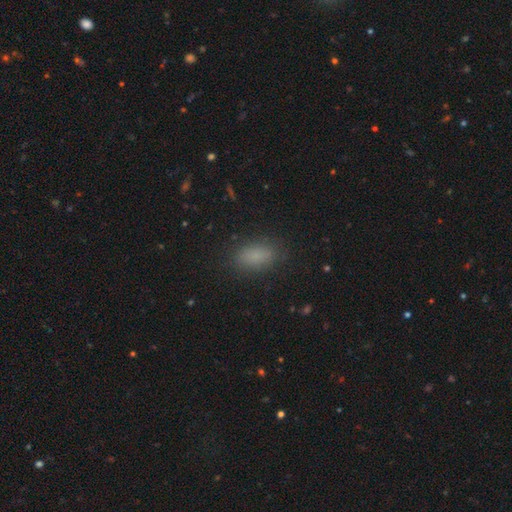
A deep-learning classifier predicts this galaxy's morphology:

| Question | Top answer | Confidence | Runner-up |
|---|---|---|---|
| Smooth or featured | smooth | 83% | star or artifact (11%) |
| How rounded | in between | 87% | cigar-shaped (7%) |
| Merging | none | 85% | minor disturbance (10%) |